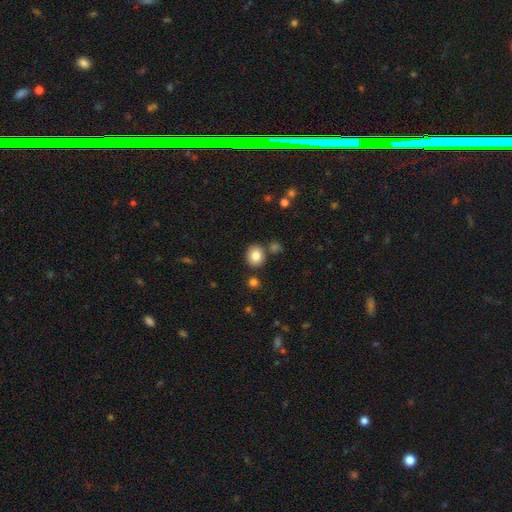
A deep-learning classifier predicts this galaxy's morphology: This is clearly a smooth galaxy (83%). How rounded: likely round (72%). Merging: clearly none (80%).